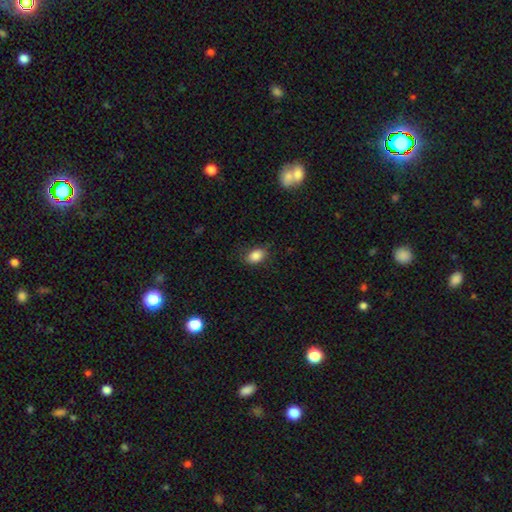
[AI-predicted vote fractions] Smooth or featured?
  - smooth: 86% *
  - star or artifact: 8%
  - featured or disk: 5%
How rounded?
  - in between: 82% *
  - round: 16%
  - cigar-shaped: 1%
Merging?
  - none: 79% *
  - minor disturbance: 16%
  - major disturbance: 4%
  - merger: 1%